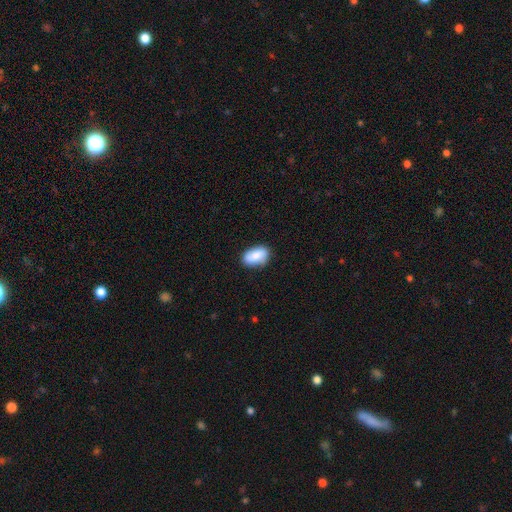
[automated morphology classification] smooth-or-featured: smooth: 81% | featured or disk: 13% | star or artifact: 7%
  how-rounded: in between: 91% | round: 7% | cigar-shaped: 2%
  merging: none: 82% | minor disturbance: 14% | major disturbance: 3% | merger: 1%